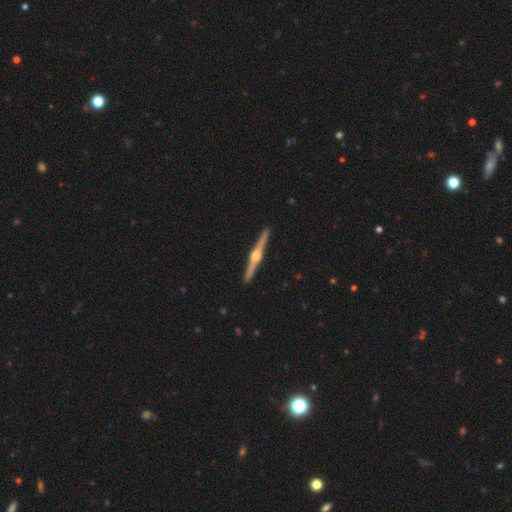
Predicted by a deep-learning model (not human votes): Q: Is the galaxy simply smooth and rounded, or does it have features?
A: featured or disk — 88%.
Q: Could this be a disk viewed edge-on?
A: yes — 99%.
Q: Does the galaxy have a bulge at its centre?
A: rounded — 94%.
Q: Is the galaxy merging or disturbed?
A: none — 93%.